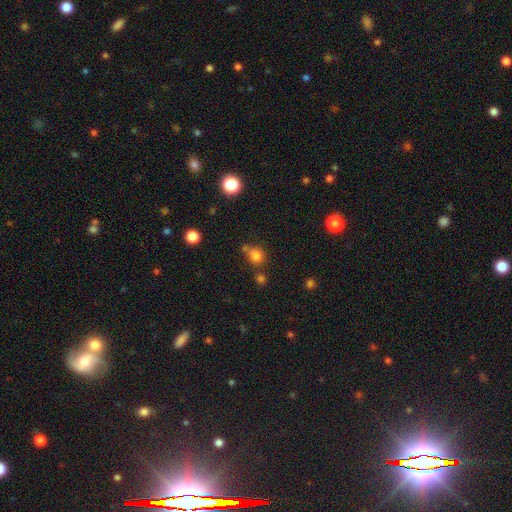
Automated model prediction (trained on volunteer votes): Q: Smooth or featured?
A: smooth (79%); runner-up: star or artifact (15%)
Q: How rounded?
A: round (77%); runner-up: in between (22%)
Q: Merging?
A: none (60%); runner-up: merger (21%)